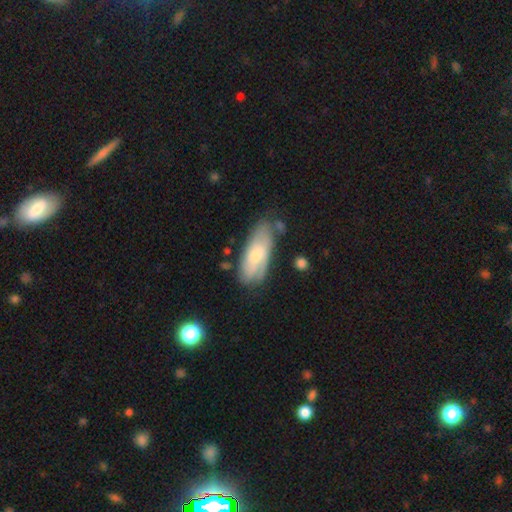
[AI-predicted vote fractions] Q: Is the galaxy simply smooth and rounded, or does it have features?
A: featured or disk — 49%.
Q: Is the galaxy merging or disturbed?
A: none — 60%.